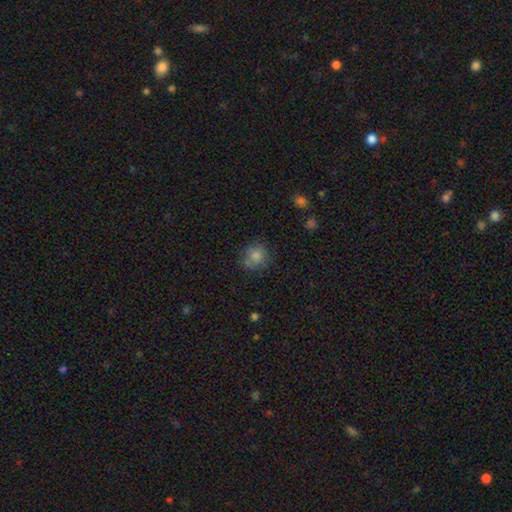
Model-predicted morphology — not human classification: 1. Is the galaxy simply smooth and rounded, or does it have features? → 78% smooth, 14% star or artifact, 9% featured or disk.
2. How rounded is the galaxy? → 86% round, 13% in between, 1% cigar-shaped.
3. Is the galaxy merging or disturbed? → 74% none, 15% minor disturbance, 7% merger, 4% major disturbance.